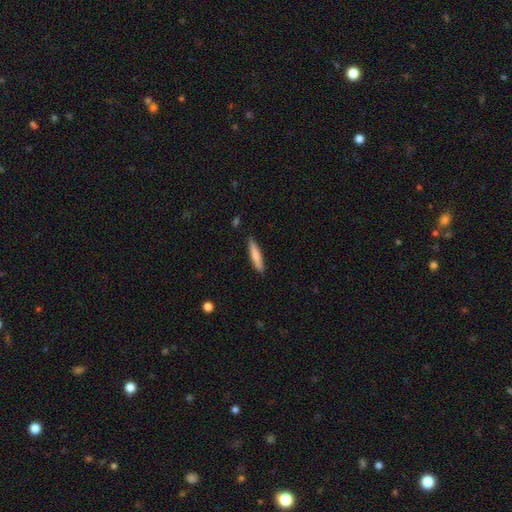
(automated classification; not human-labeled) Smooth or featured? smooth (77%)
How rounded? cigar-shaped (87%)
Merging? none (88%)